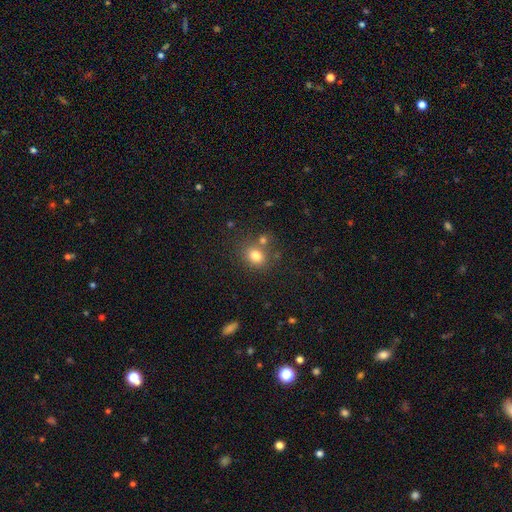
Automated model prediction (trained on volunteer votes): Smooth or featured?
  - smooth: 78% *
  - star or artifact: 13%
  - featured or disk: 9%
How rounded?
  - round: 59% *
  - in between: 41%
  - cigar-shaped: 1%
Merging?
  - none: 66% *
  - merger: 19%
  - minor disturbance: 12%
  - major disturbance: 4%